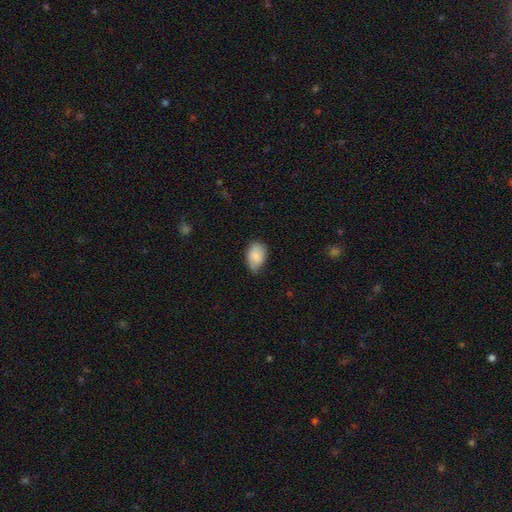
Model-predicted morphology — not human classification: This is clearly a smooth galaxy (85%). How rounded: clearly in between (84%). Merging: possibly none (58%).